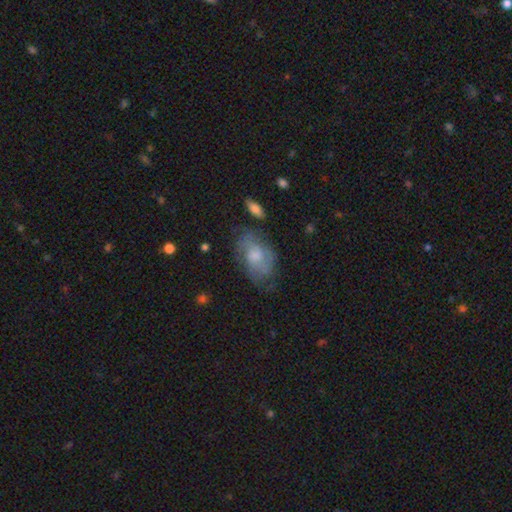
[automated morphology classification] Smooth or featured: featured or disk — 52% (smooth — 40%)
Edge-on disk: no — 95% (yes — 5%)
Merging: none — 56% (minor disturbance — 26%)